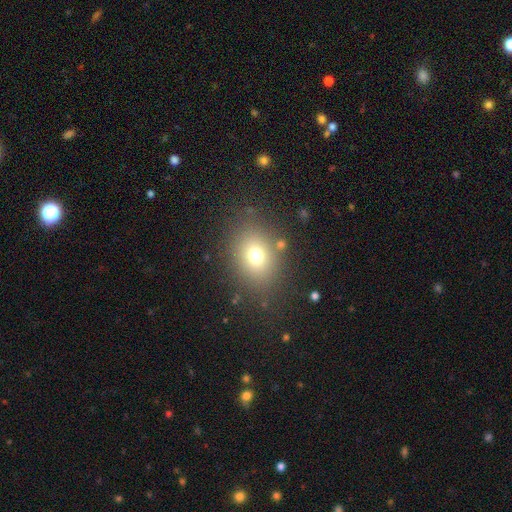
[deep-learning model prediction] Smooth or featured? smooth (72%)
How rounded? in between (54%)
Merging? none (81%)